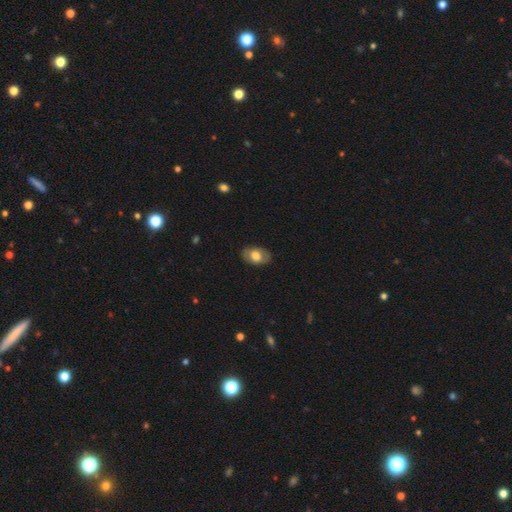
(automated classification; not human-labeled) Overall: smooth (65%; featured or disk 29%). How rounded: in between (89%). Merging: none (83%).